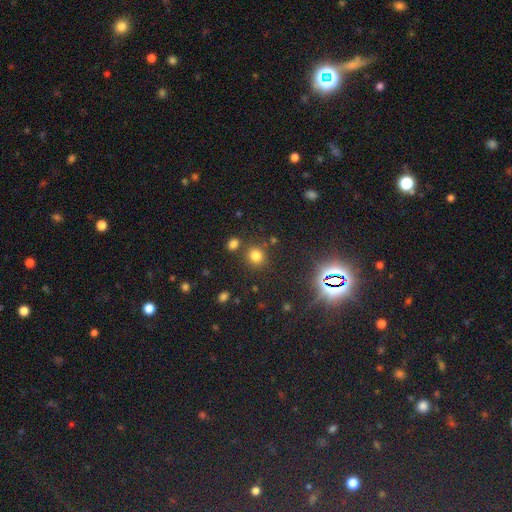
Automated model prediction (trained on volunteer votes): This appears to be a smooth galaxy with no disk features (75%) that is round (84%). Merging: none (79%).